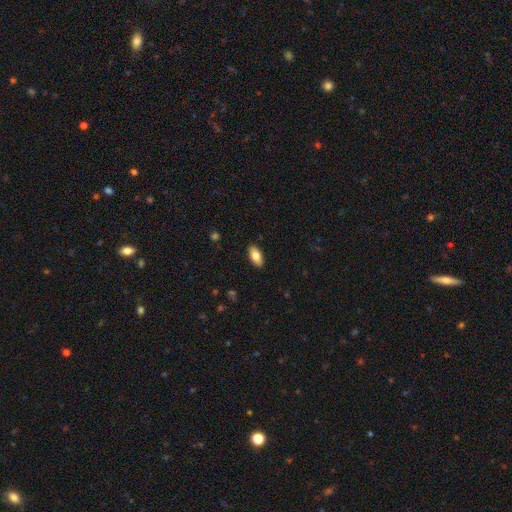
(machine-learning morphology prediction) Q: Smooth or featured?
A: smooth (81%); runner-up: featured or disk (13%)
Q: How rounded?
A: in between (92%); runner-up: cigar-shaped (5%)
Q: Merging?
A: none (89%); runner-up: minor disturbance (8%)